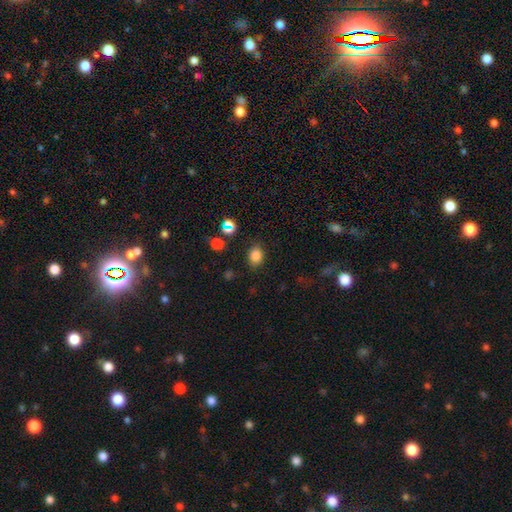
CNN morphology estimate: Overall: smooth (81%). How rounded: in between (58%; round 41%). Merging: none (80%).